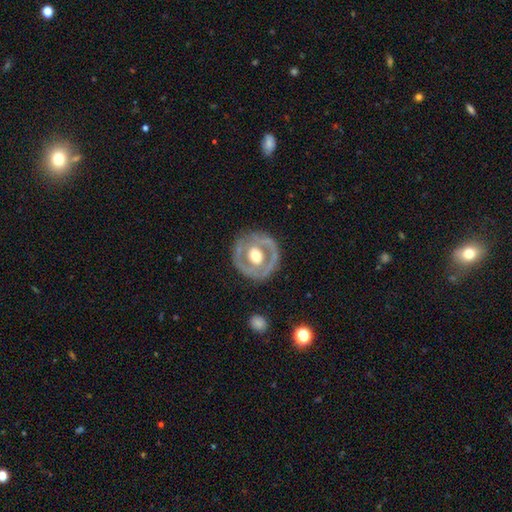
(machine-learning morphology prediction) Smooth or featured? Predicted: featured or disk (p=0.65). Edge-on disk? Predicted: no (p=0.95). Bar? Predicted: no (p=0.71). Spiral arms? Predicted: no (p=0.72). Bulge size? Predicted: moderate (p=0.66). Merging? Predicted: none (p=0.78).